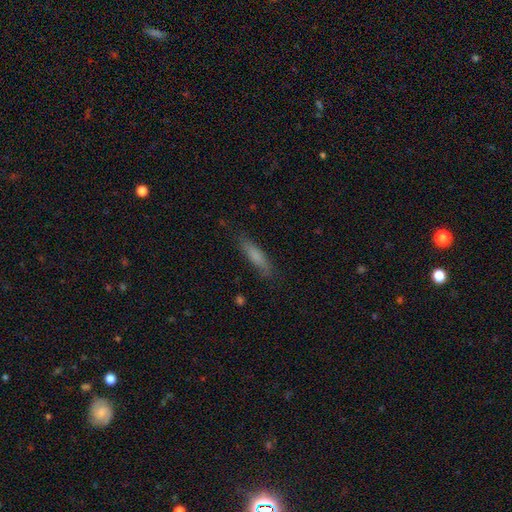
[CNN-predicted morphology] type=smooth (72%); roundness=cigar-shaped (80%); merging=none (82%).